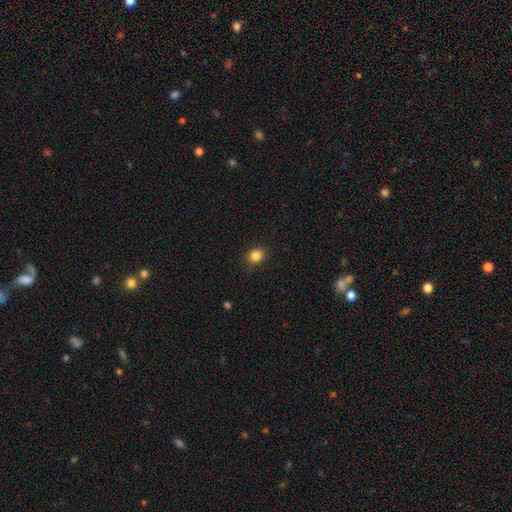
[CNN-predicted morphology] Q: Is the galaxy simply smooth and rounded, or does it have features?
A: smooth — 84%.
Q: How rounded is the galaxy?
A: round — 68%.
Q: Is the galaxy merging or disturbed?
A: none — 88%.